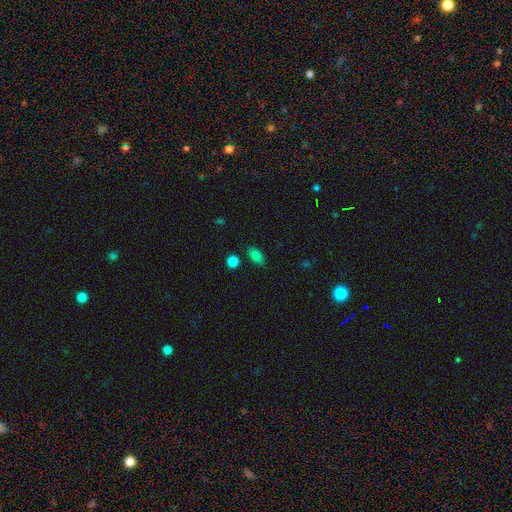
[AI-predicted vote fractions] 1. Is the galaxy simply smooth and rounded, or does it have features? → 81% smooth, 11% star or artifact, 9% featured or disk.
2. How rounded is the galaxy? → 86% in between, 11% round, 3% cigar-shaped.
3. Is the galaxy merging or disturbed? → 82% none, 11% minor disturbance, 4% merger, 3% major disturbance.